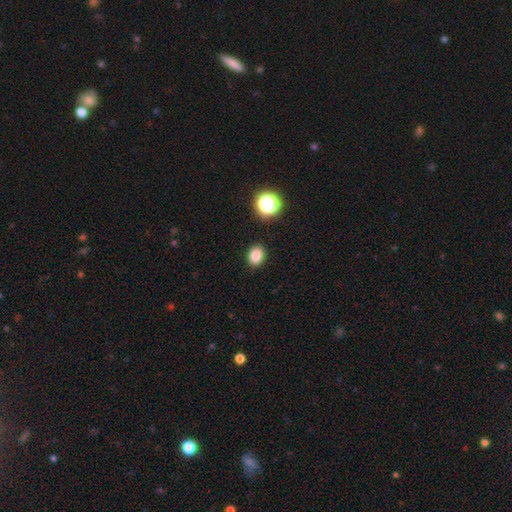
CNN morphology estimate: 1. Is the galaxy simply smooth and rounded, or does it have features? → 84% smooth, 12% star or artifact, 4% featured or disk.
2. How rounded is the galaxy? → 60% in between, 39% round, 1% cigar-shaped.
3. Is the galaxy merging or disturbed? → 88% none, 8% minor disturbance, 2% major disturbance, 2% merger.